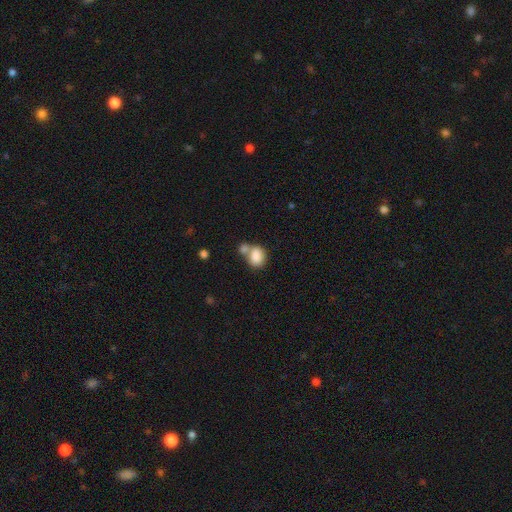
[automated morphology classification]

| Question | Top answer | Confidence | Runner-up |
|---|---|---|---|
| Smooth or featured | smooth | 84% | star or artifact (8%) |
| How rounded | in between | 63% | round (36%) |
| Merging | merger | 51% | none (33%) |